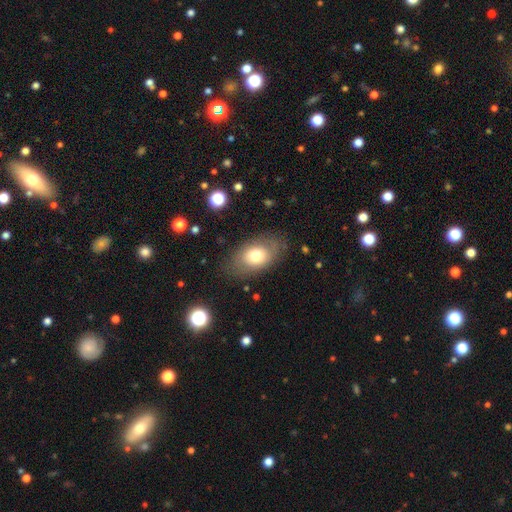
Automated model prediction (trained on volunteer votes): A smooth galaxy with no disk features (69%) that is in between round and cigar-shaped (85%).

Vote fractions:
- Smooth or featured? smooth: 69% / featured or disk: 22% / star or artifact: 9%
- How rounded? in between: 85% / round: 14% / cigar-shaped: 2%
- Merging? none: 77% / minor disturbance: 15% / major disturbance: 6% / merger: 2%